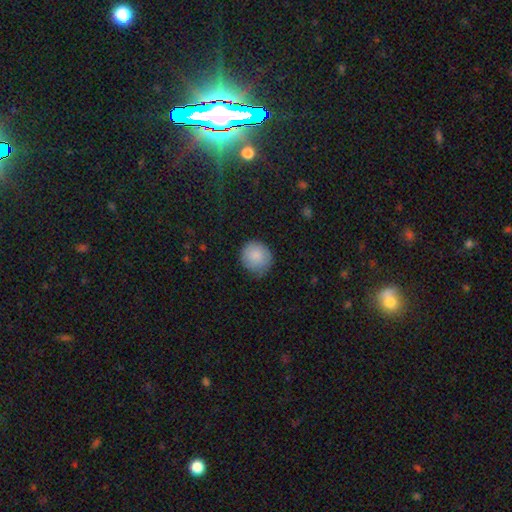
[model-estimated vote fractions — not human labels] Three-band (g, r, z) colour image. It shows a smooth galaxy with no disk features (84%) that is round (89%). Merging: none (64%).